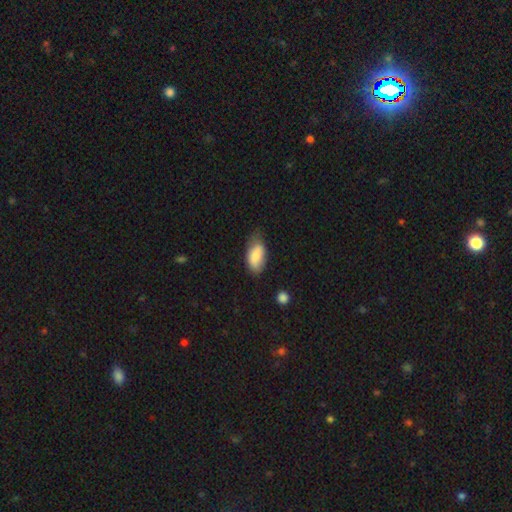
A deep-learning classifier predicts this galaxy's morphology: This is clearly a smooth galaxy (81%). How rounded: clearly in between (93%). Merging: possibly none (51%).